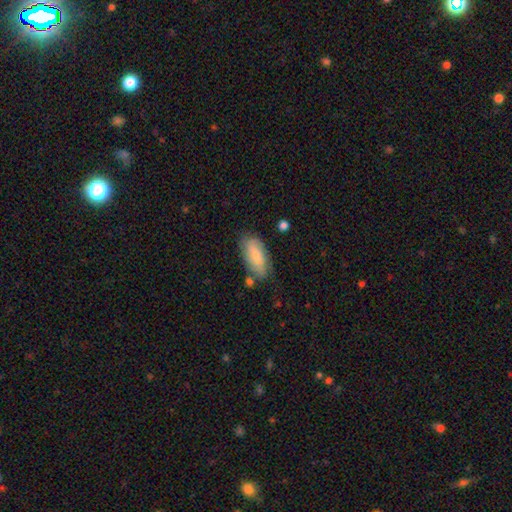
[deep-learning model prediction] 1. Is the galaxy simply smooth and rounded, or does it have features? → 75% smooth, 19% featured or disk, 6% star or artifact.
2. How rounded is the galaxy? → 84% in between, 14% cigar-shaped, 2% round.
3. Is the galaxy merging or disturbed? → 70% none, 20% minor disturbance, 5% merger, 5% major disturbance.